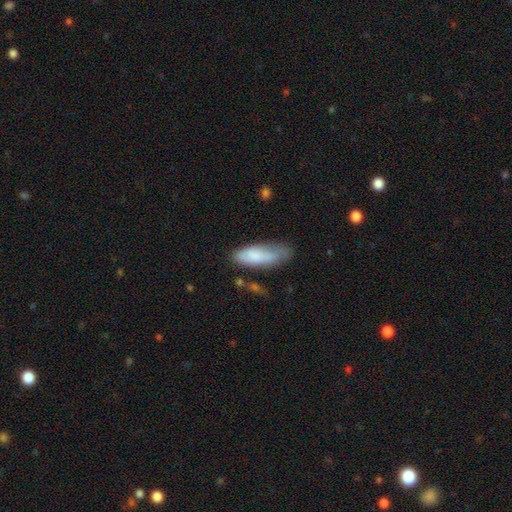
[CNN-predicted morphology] smooth-or-featured: smooth: 77% | featured or disk: 16% | star or artifact: 6%
  how-rounded: in between: 65% | cigar-shaped: 33% | round: 2%
  merging: none: 47% | minor disturbance: 34% | major disturbance: 14% | merger: 5%